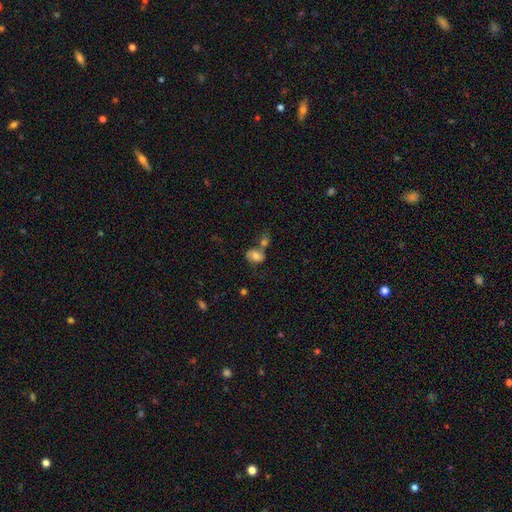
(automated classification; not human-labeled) smooth_or_featured: smooth (p=0.60) [alt: featured or disk p=0.30]
how_rounded: in between (p=0.73) [alt: round p=0.25]
merging: merger (p=0.42) [alt: none p=0.34]